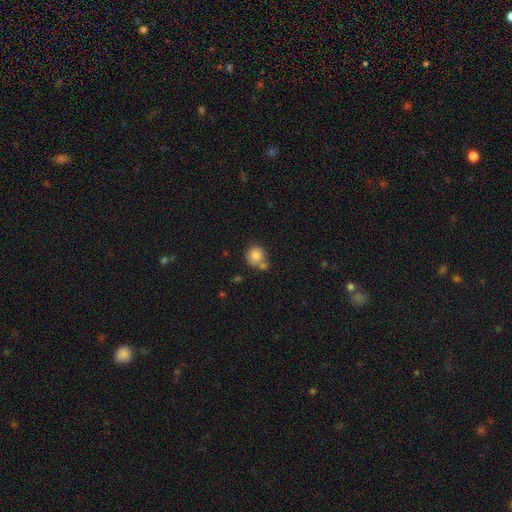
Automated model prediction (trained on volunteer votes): This appears to be a smooth galaxy with no disk features (82%) that is round (89%). Merging: none (55%).